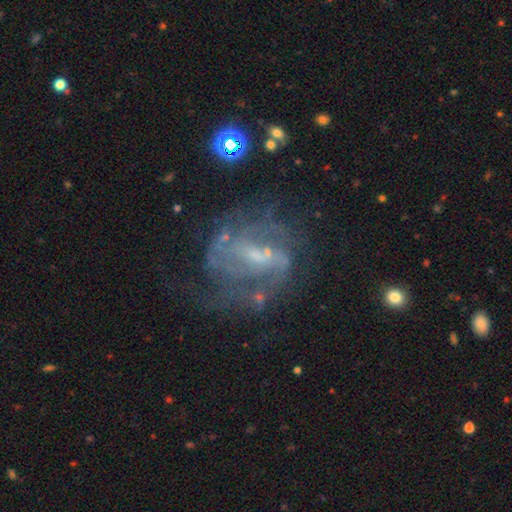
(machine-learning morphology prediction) Q: Smooth or featured?
A: featured or disk (80%); runner-up: star or artifact (10%)
Q: Edge-on disk?
A: no (97%); runner-up: yes (3%)
Q: Bar?
A: weak (52%); runner-up: no (26%)
Q: Spiral arms?
A: yes (82%); runner-up: no (18%)
Q: Spiral winding?
A: medium (44%); runner-up: tight (34%)
Q: Spiral arm count?
A: 2 (39%); runner-up: can't tell (35%)
Q: Bulge size?
A: small (57%); runner-up: moderate (24%)
Q: Merging?
A: none (55%); runner-up: major disturbance (22%)